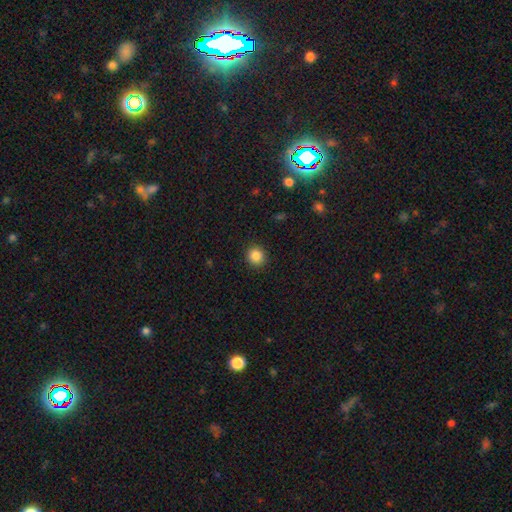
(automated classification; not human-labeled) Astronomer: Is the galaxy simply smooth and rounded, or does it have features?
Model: smooth — 86%.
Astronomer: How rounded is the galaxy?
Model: round — 89%.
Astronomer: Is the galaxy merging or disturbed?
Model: none — 92%.